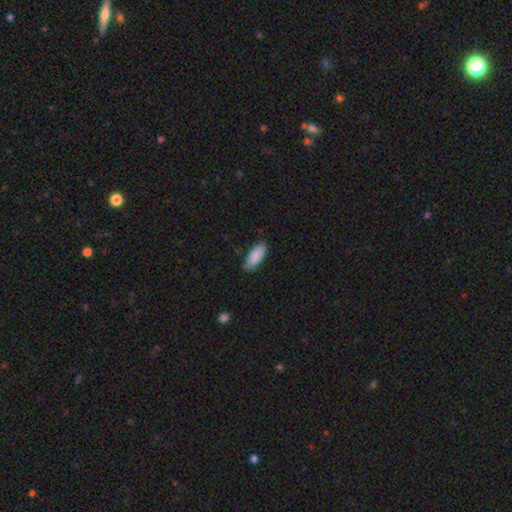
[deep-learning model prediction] The model was most divided on "merging": none: 80%, minor disturbance: 17%, major disturbance: 2%, merger: 1%. More confident: smooth or featured — smooth (89%); how rounded — in between (84%).